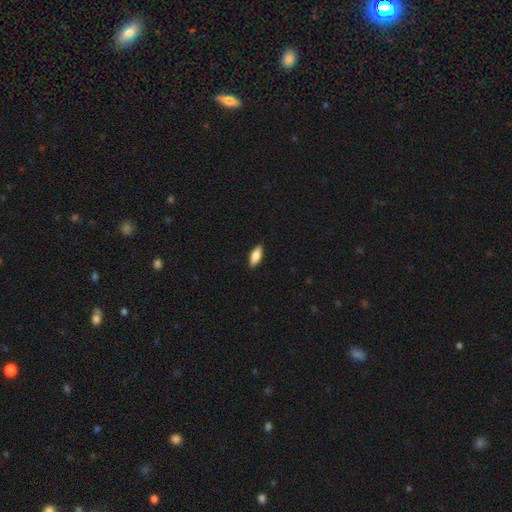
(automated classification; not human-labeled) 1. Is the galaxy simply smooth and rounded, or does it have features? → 79% smooth, 15% featured or disk, 6% star or artifact.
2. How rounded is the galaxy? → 71% in between, 27% cigar-shaped, 2% round.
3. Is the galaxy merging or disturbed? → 88% none, 9% minor disturbance, 2% major disturbance, 1% merger.